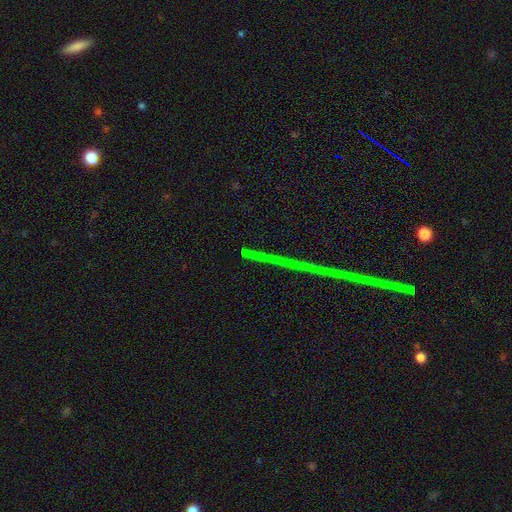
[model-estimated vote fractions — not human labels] This appears to be a star or artifact, not a galaxy (77%).